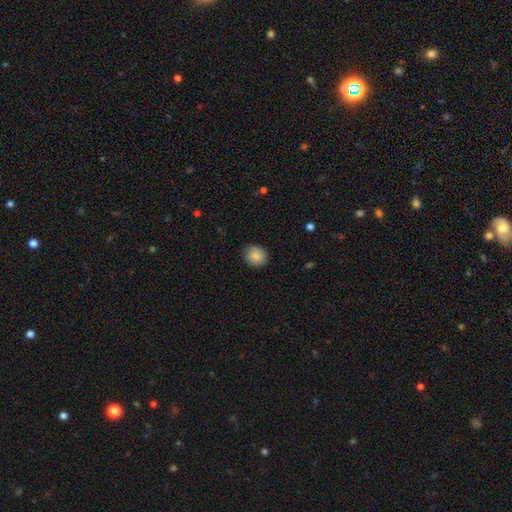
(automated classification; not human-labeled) smooth_or_featured: smooth (p=0.88) [alt: star or artifact p=0.08]
how_rounded: round (p=0.80) [alt: in between p=0.19]
merging: none (p=0.88) [alt: minor disturbance p=0.09]